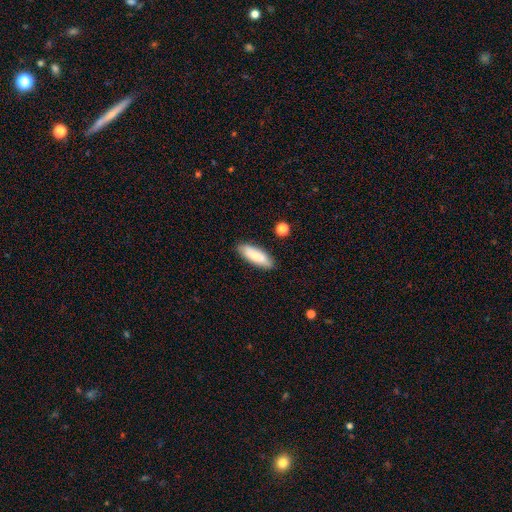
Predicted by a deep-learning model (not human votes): This is likely a smooth galaxy (76%). How rounded: likely in between (61%). Merging: clearly none (85%).